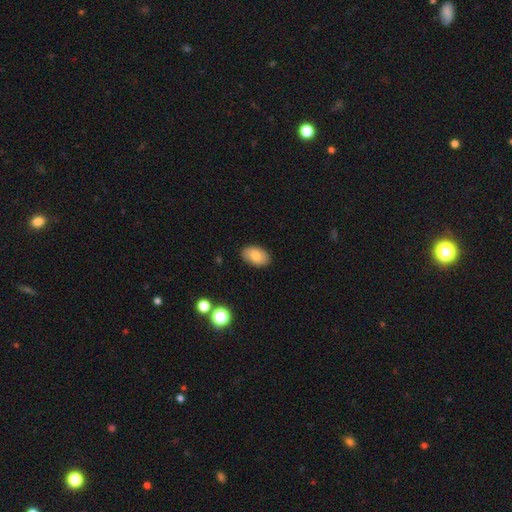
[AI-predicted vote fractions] Smooth or featured? Predicted: smooth (p=0.79). How rounded? Predicted: in between (p=0.90). Merging? Predicted: none (p=0.87).